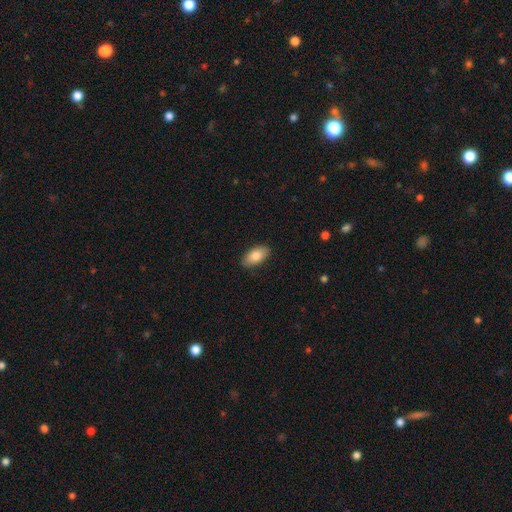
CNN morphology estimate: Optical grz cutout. It shows a smooth galaxy with no disk features (84%) that is in between round and cigar-shaped (94%). Merging: none (88%).